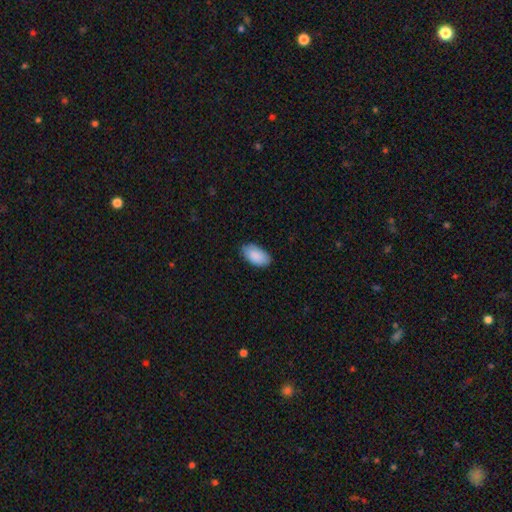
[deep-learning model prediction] Smooth or featured?
  - smooth: 90% *
  - star or artifact: 6%
  - featured or disk: 5%
How rounded?
  - in between: 96% *
  - round: 3%
  - cigar-shaped: 2%
Merging?
  - none: 84% *
  - minor disturbance: 13%
  - major disturbance: 2%
  - merger: 1%